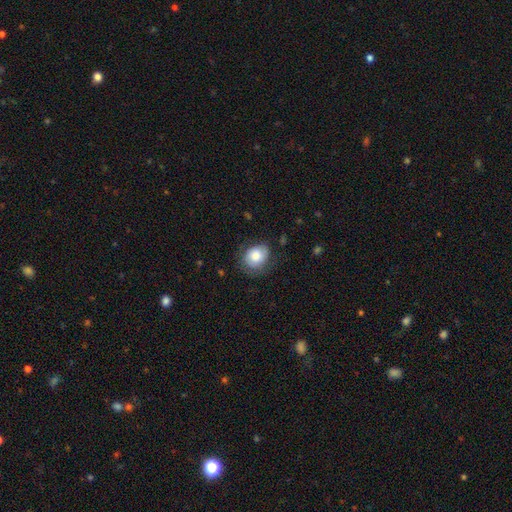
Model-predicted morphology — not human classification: Q: Smooth or featured?
A: smooth (75%); runner-up: featured or disk (18%)
Q: How rounded?
A: round (54%); runner-up: in between (45%)
Q: Merging?
A: none (66%); runner-up: minor disturbance (24%)